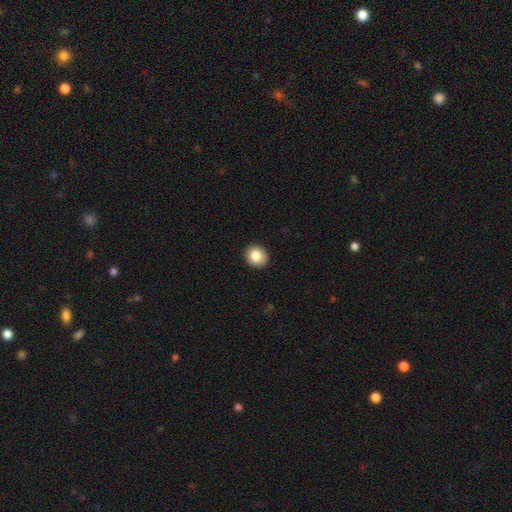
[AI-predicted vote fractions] Smooth or featured?
  - smooth: 84% *
  - star or artifact: 9%
  - featured or disk: 7%
How rounded?
  - round: 77% *
  - in between: 23%
  - cigar-shaped: 1%
Merging?
  - none: 92% *
  - minor disturbance: 6%
  - major disturbance: 2%
  - merger: 1%